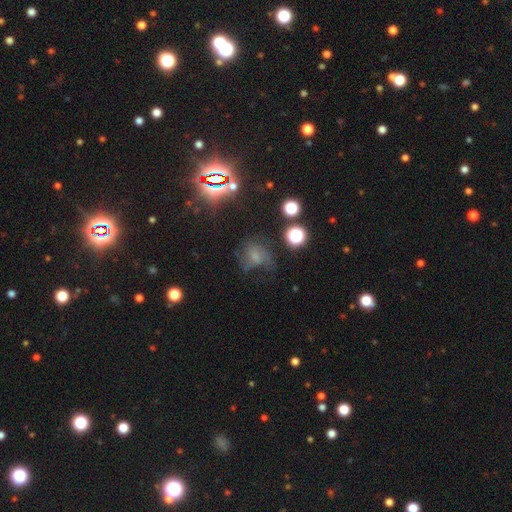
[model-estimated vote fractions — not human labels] Morphology: type=smooth (41%); merging=none (40%).